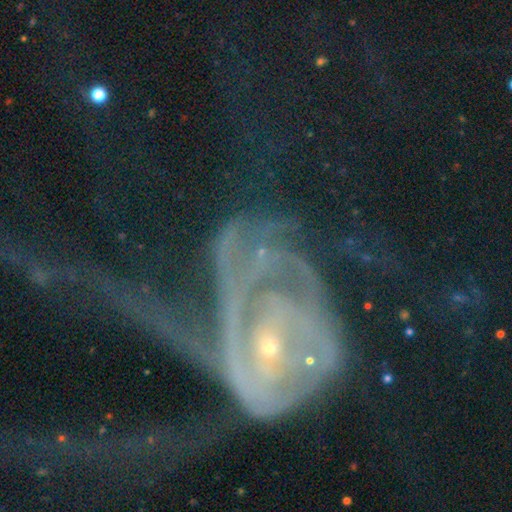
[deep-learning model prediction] A featured or disk galaxy (66%) with no bar (62%), spiral arms (76%) and a small central bulge (75%).

Vote fractions:
- Smooth or featured? featured or disk: 66% / star or artifact: 21% / smooth: 14%
- Edge-on disk? no: 94% / yes: 6%
- Bar? no: 62% / weak: 23% / strong: 14%
- Spiral arms? yes: 76% / no: 24%
- Bulge size? small: 75% / moderate: 17% / none: 3% / large: 3% / dominant: 2%
- Merging? major disturbance: 44% / none: 26% / merger: 17% / minor disturbance: 14%